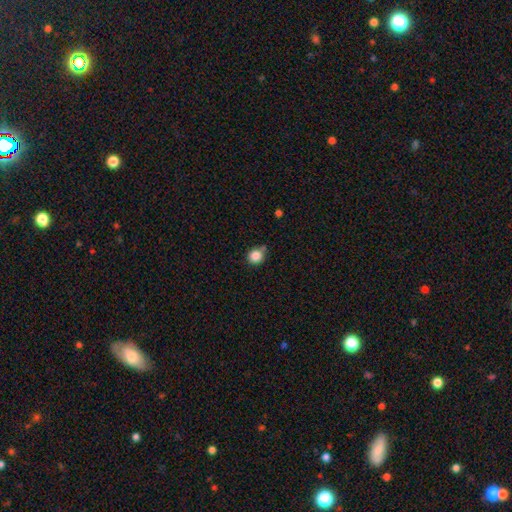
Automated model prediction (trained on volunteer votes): Smooth or featured? Predicted: smooth (p=0.86). How rounded? Predicted: round (p=0.85). Merging? Predicted: none (p=0.69).